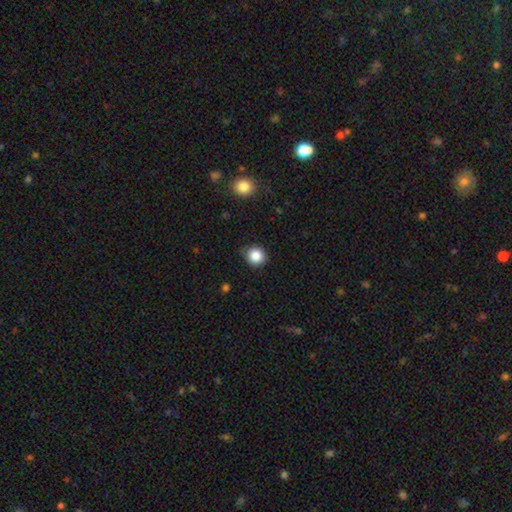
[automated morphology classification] smooth-or-featured: smooth: 86% | star or artifact: 10% | featured or disk: 4%
  how-rounded: round: 92% | in between: 7% | cigar-shaped: 1%
  merging: none: 86% | minor disturbance: 10% | major disturbance: 2% | merger: 1%